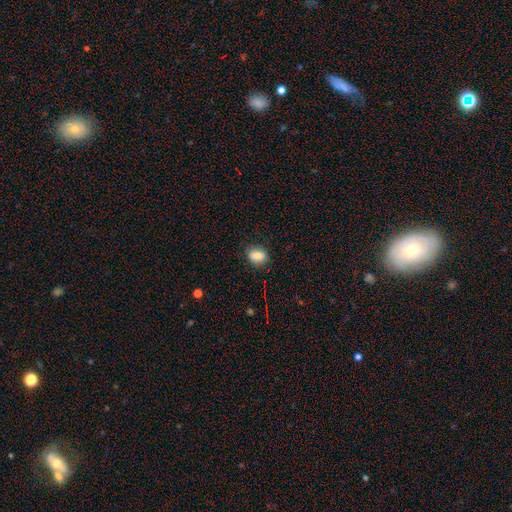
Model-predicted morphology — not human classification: smooth-or-featured: smooth: 81% | star or artifact: 10% | featured or disk: 9%
  how-rounded: in between: 56% | round: 42% | cigar-shaped: 1%
  merging: none: 83% | minor disturbance: 13% | major disturbance: 3% | merger: 1%